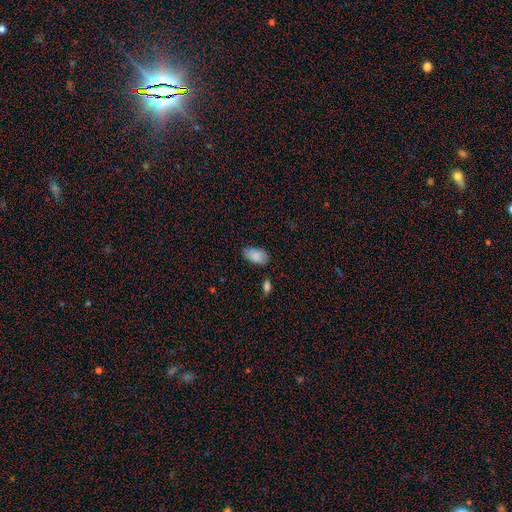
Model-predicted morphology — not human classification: Q: Smooth or featured?
A: smooth (86%); runner-up: star or artifact (7%)
Q: How rounded?
A: in between (94%); runner-up: round (5%)
Q: Merging?
A: none (73%); runner-up: minor disturbance (20%)